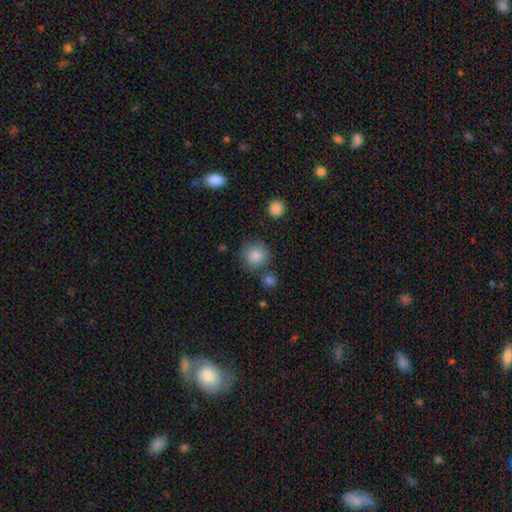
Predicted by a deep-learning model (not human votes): Smooth or featured: smooth — 85% (star or artifact — 9%)
How rounded: round — 92% (in between — 7%)
Merging: none — 77% (minor disturbance — 12%)